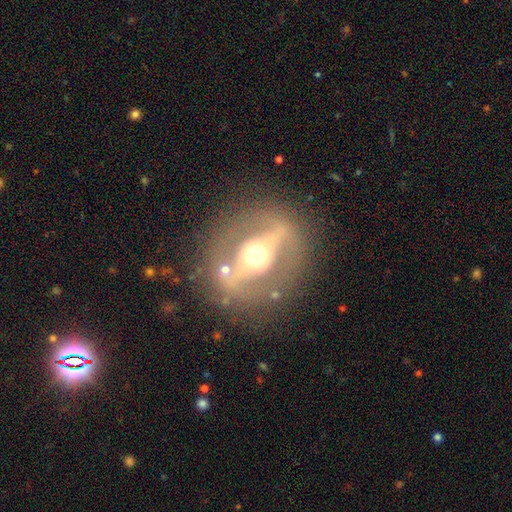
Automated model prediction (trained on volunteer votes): A featured or disk galaxy (74%) with a strong bar (69%), no spiral arms (83%) and a moderate central bulge (67%).

Vote fractions:
- Smooth or featured? featured or disk: 74% / smooth: 19% / star or artifact: 8%
- Edge-on disk? no: 69% / yes: 31%
- Bar? strong: 69% / weak: 16% / no: 15%
- Spiral arms? no: 83% / yes: 17%
- Bulge size? moderate: 67% / large: 20% / small: 10% / dominant: 3% / none: 1%
- Merging? none: 79% / minor disturbance: 11% / major disturbance: 7% / merger: 2%